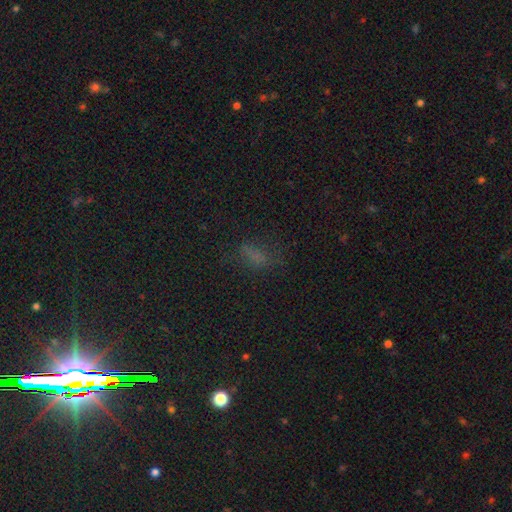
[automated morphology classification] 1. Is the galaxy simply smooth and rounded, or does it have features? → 59% smooth, 29% star or artifact, 12% featured or disk.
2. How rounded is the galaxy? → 69% in between, 22% cigar-shaped, 10% round.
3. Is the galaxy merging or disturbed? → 62% none, 22% minor disturbance, 14% major disturbance, 2% merger.